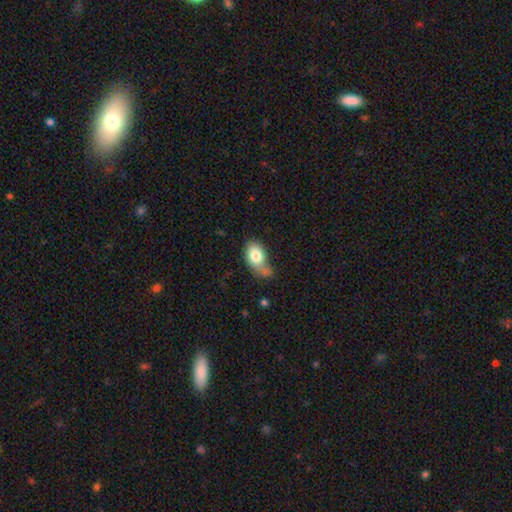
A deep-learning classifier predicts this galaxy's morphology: A smooth galaxy with no disk features (79%) that is in between round and cigar-shaped (83%). Merging: none (34%).